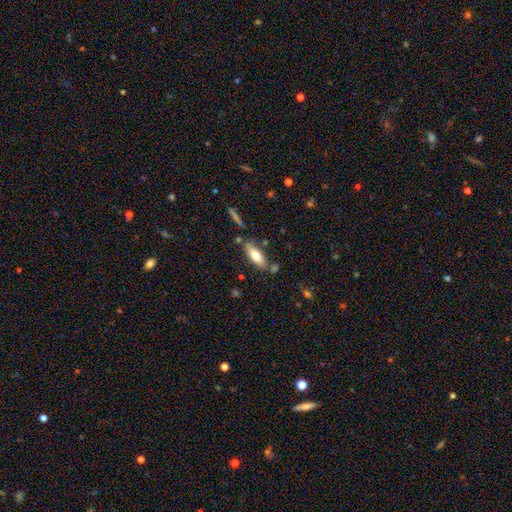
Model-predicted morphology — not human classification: smooth 67%, featured or disk 27%, star or artifact 6%. Down the decision tree: how rounded — in between (61%); merging — none (74%).